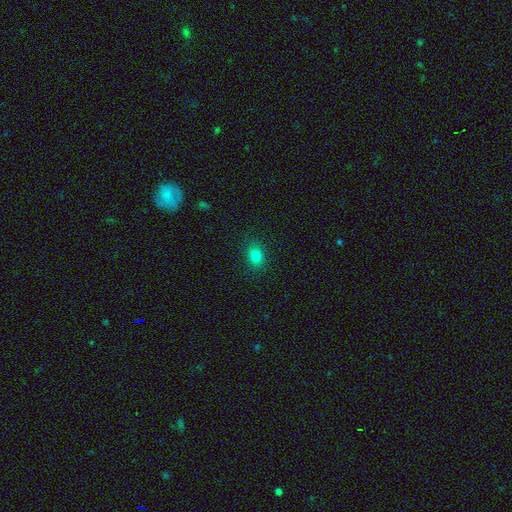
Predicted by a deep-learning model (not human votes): smooth 80%, star or artifact 13%, featured or disk 7%. Down the decision tree: how rounded — in between (69%); merging — none (87%).